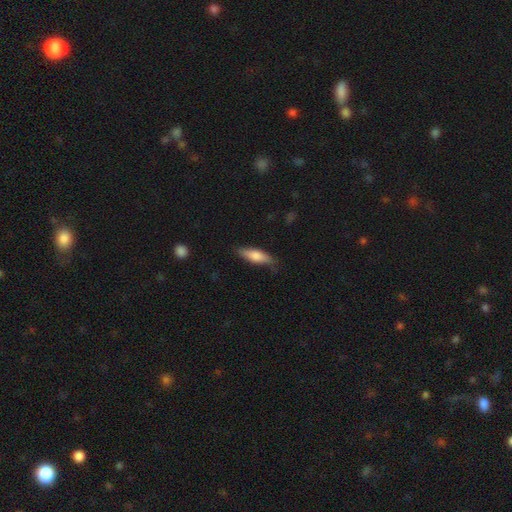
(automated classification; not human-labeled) This appears to be a smooth galaxy with no disk features (71%) that is cigar-shaped (50%). Merging: none (75%).